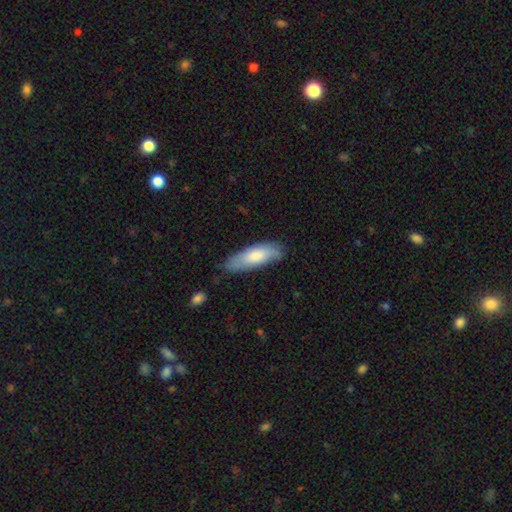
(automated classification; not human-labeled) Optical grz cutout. It shows a smooth galaxy with no disk features (73%) that is in between round and cigar-shaped (58%). Merging: none (71%).